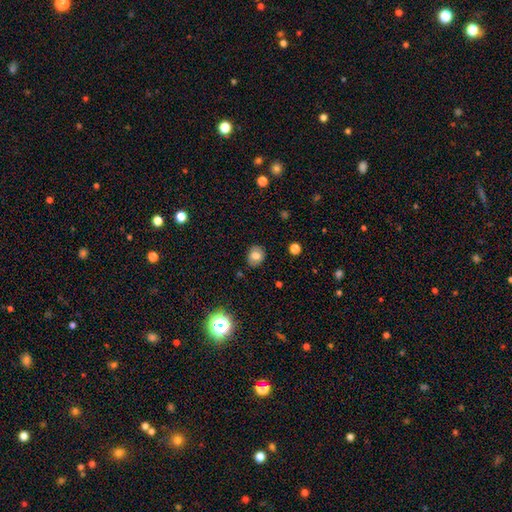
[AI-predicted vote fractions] Smooth or featured? smooth (76%)
How rounded? round (62%)
Merging? none (85%)